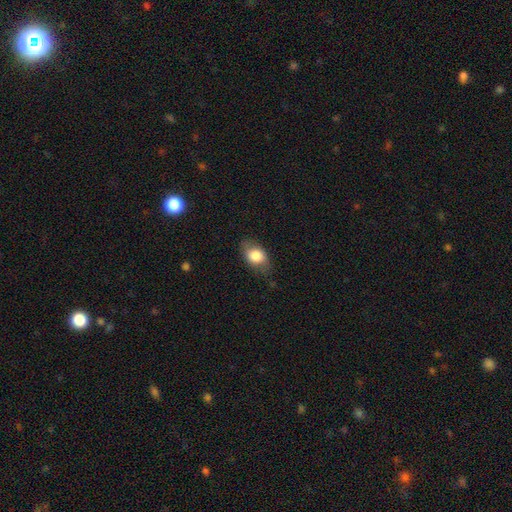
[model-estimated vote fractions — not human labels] smooth 77%, featured or disk 16%, star or artifact 7%. Down the decision tree: how rounded — in between (81%); merging — none (73%).